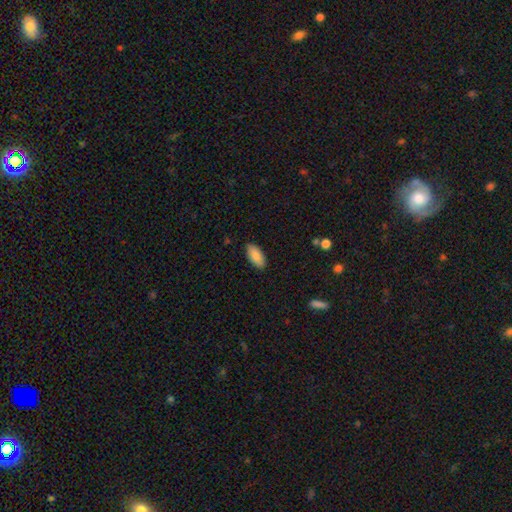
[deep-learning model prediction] This appears to be a smooth galaxy with no disk features (87%) that is in between round and cigar-shaped (91%). Merging: none (88%).